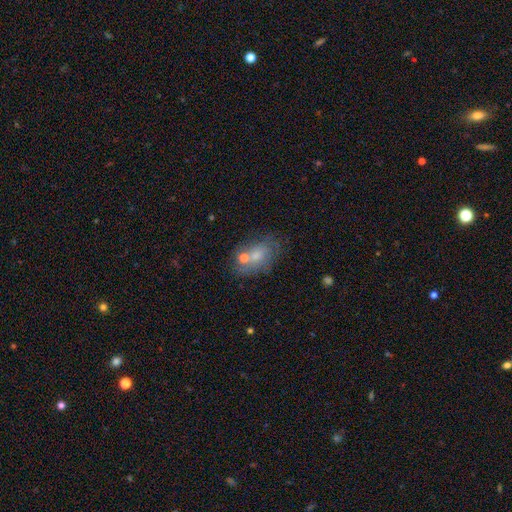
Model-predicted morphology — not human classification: smooth 64%, featured or disk 25%, star or artifact 11%. Down the decision tree: how rounded — in between (78%); merging — none (47%).